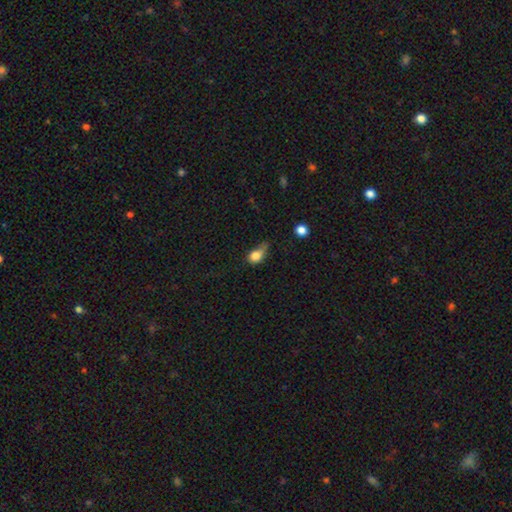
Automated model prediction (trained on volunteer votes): The model was most divided on "merging": minor disturbance: 41%, major disturbance: 30%, none: 23%, merger: 6%. More confident: smooth or featured — smooth (79%); how rounded — in between (61%).